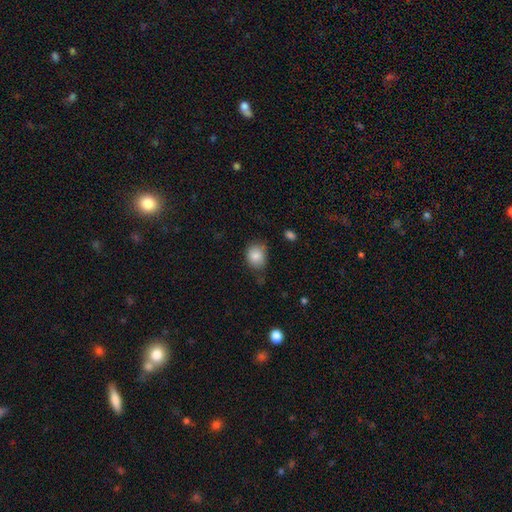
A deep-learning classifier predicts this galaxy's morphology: type=smooth (85%); roundness=round (54%); merging=none (60%).